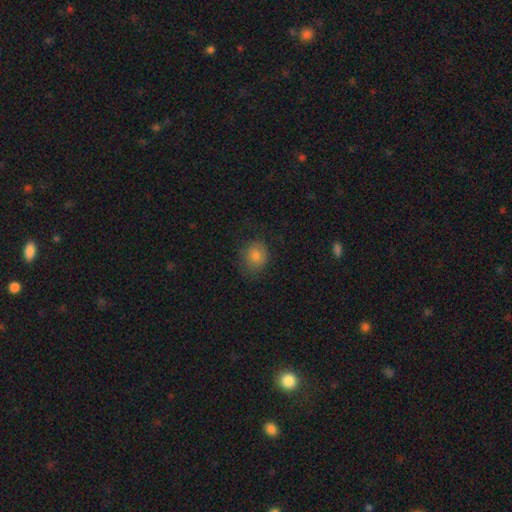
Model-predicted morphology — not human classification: type=smooth (79%); roundness=round (69%); merging=none (77%).